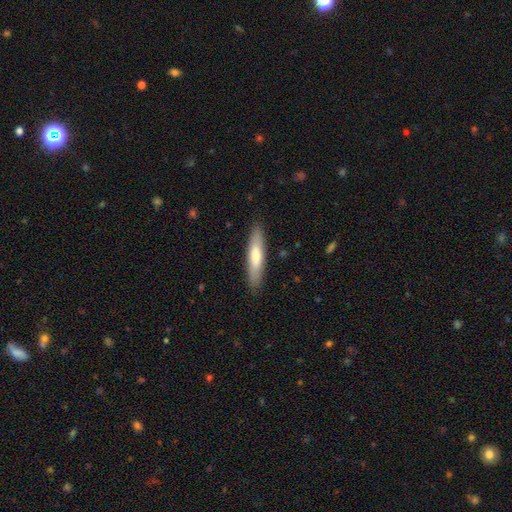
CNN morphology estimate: This appears to be a smooth galaxy with no disk features (65%) that is cigar-shaped (80%). Merging: none (89%).